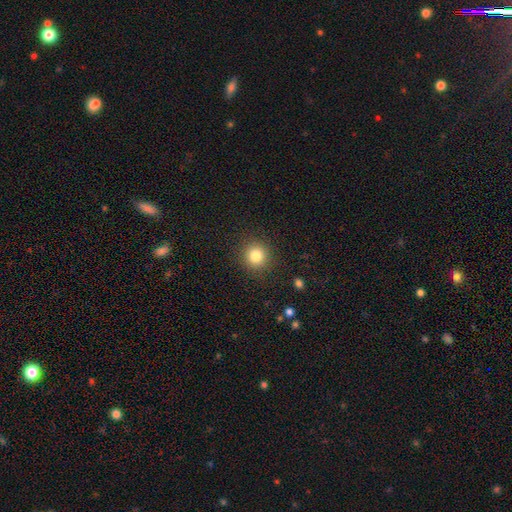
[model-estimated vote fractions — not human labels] smooth_or_featured: smooth (p=0.82) [alt: star or artifact p=0.12]
how_rounded: round (p=0.93) [alt: in between p=0.06]
merging: none (p=0.89) [alt: minor disturbance p=0.07]